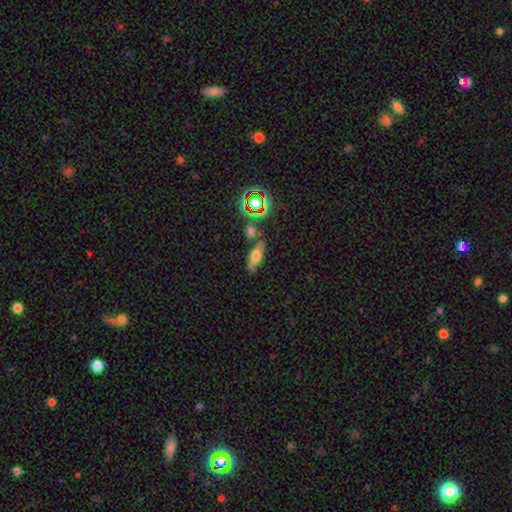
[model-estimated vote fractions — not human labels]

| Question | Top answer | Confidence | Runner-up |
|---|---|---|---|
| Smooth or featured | smooth | 55% | featured or disk (26%) |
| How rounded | in between | 62% | cigar-shaped (30%) |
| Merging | none | 67% | minor disturbance (15%) |